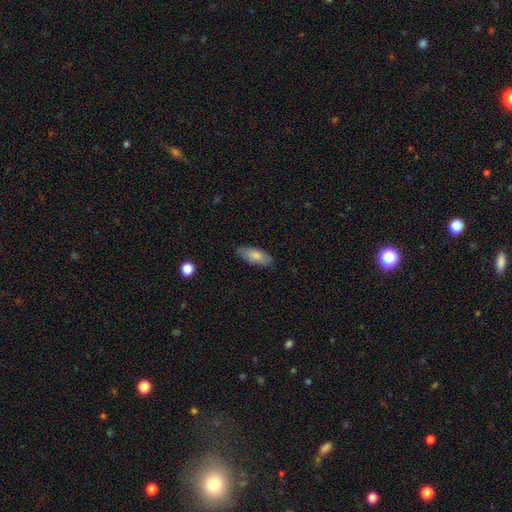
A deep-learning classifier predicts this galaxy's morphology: smooth-or-featured: smooth: 80% | featured or disk: 14% | star or artifact: 6%
  how-rounded: in between: 83% | cigar-shaped: 15% | round: 2%
  merging: none: 81% | minor disturbance: 15% | major disturbance: 3% | merger: 1%